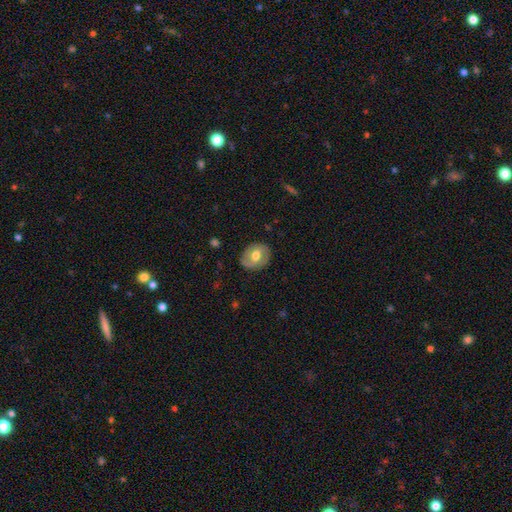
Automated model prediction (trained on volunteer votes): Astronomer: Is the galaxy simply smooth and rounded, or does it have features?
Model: smooth — 52% (runner-up: featured or disk, 41%).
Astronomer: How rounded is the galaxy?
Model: round — 51% (runner-up: in between, 48%).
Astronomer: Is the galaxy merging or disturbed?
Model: none — 82%.